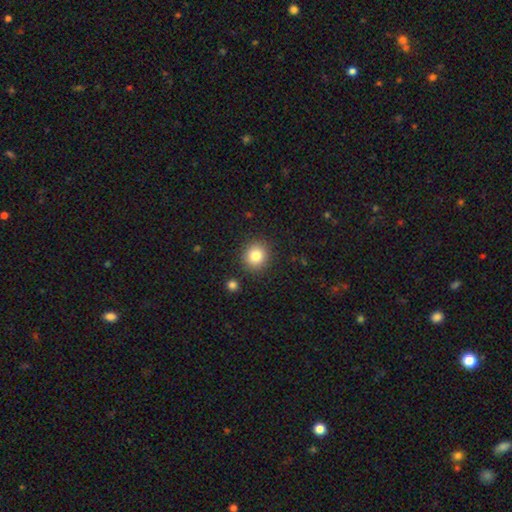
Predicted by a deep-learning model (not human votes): smooth 82%, star or artifact 11%, featured or disk 7%. Down the decision tree: how rounded — round (89%); merging — none (89%).